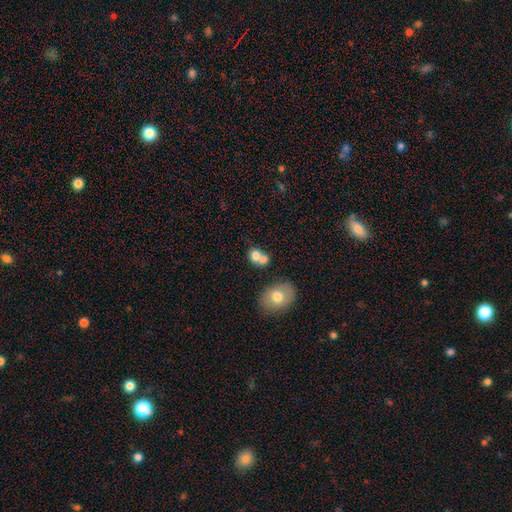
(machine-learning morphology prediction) A smooth galaxy with no disk features (73%) that is round (57%).

Vote fractions:
- Smooth or featured? smooth: 73% / featured or disk: 17% / star or artifact: 10%
- How rounded? round: 57% / in between: 42% / cigar-shaped: 1%
- Merging? merger: 57% / none: 31% / minor disturbance: 8% / major disturbance: 4%